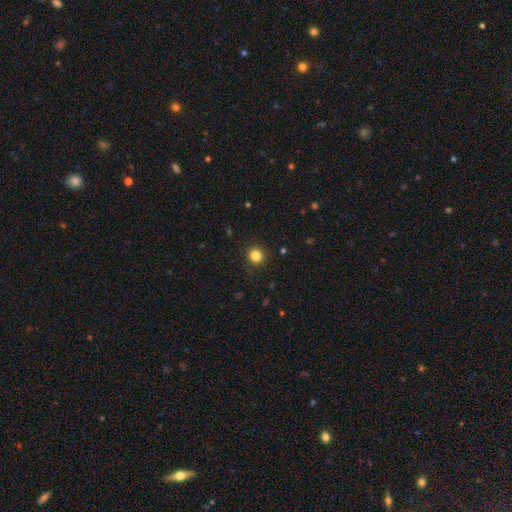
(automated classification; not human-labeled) This is clearly a smooth galaxy (83%). How rounded: clearly round (93%). Merging: clearly none (91%).